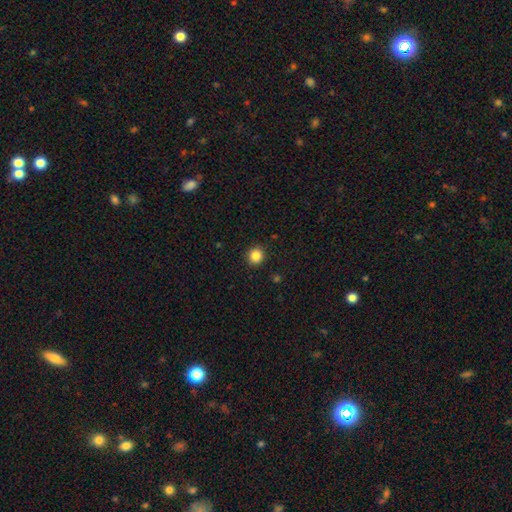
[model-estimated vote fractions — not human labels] Overall: smooth (85%). How rounded: round (89%). Merging: none (92%).